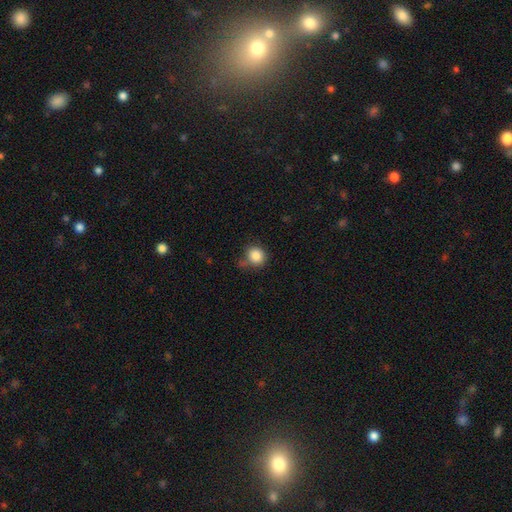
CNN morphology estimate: This appears to be a smooth galaxy with no disk features (85%) that is round (86%). Merging: none (67%).